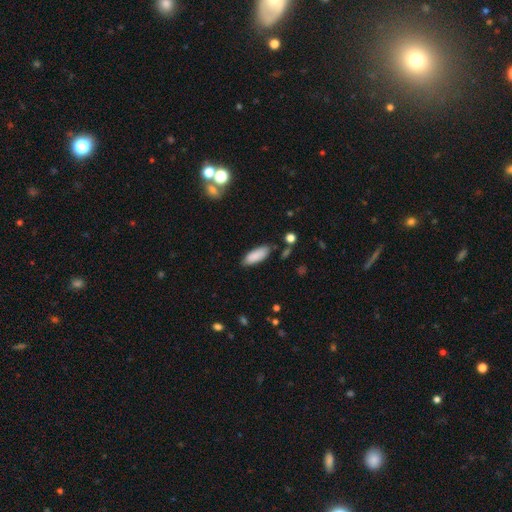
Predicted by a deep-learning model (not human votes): This is clearly a smooth galaxy (88%). How rounded: likely in between (74%). Merging: clearly none (82%).